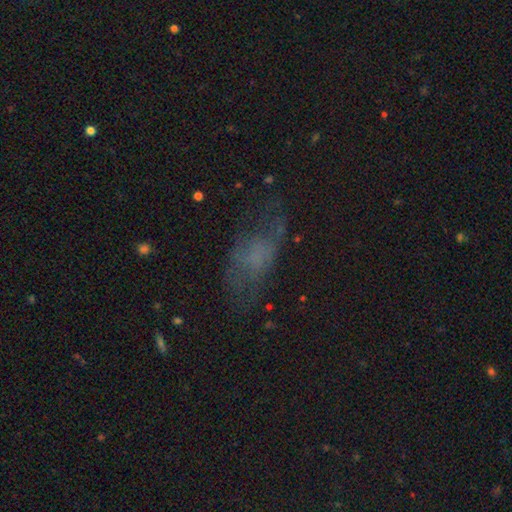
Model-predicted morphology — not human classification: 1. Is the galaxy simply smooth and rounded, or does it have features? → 44% smooth, 38% featured or disk, 18% star or artifact.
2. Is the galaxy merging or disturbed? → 50% none, 25% major disturbance, 23% minor disturbance, 2% merger.